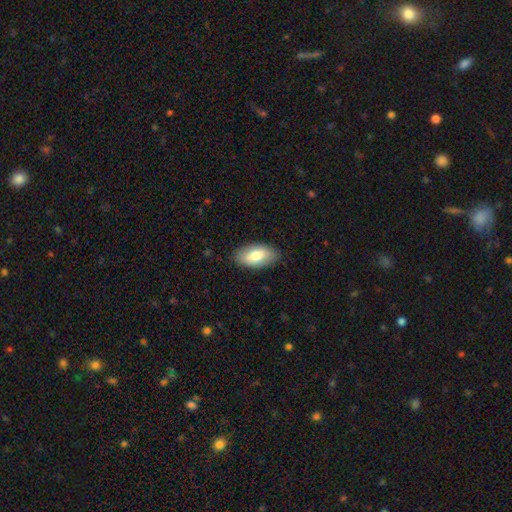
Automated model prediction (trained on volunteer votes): Q: Smooth or featured?
A: smooth (78%); runner-up: featured or disk (16%)
Q: How rounded?
A: in between (94%); runner-up: round (3%)
Q: Merging?
A: none (87%); runner-up: minor disturbance (10%)